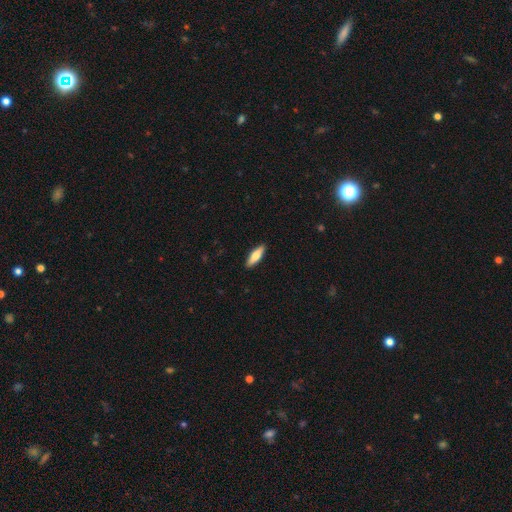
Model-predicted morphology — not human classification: smooth-or-featured: smooth: 72% | featured or disk: 22% | star or artifact: 5%
  how-rounded: cigar-shaped: 53% | in between: 45% | round: 2%
  merging: none: 91% | minor disturbance: 7% | major disturbance: 1% | merger: 1%